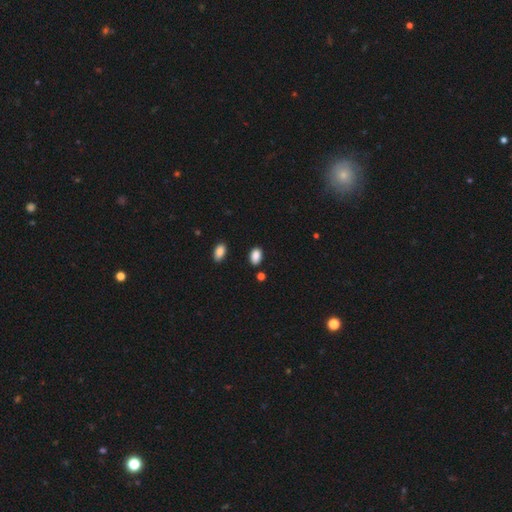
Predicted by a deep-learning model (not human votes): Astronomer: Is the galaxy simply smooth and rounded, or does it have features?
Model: smooth — 88%.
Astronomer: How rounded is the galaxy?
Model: in between — 87%.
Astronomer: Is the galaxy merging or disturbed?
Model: none — 84%.